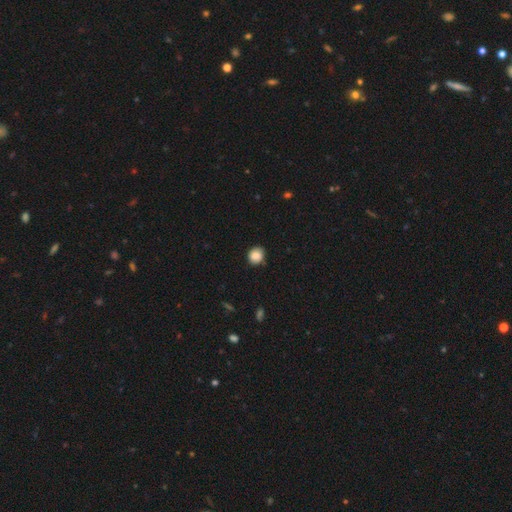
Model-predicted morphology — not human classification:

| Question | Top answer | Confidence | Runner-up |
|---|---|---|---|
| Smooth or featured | smooth | 84% | star or artifact (9%) |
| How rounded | round | 76% | in between (23%) |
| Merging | none | 80% | minor disturbance (16%) |